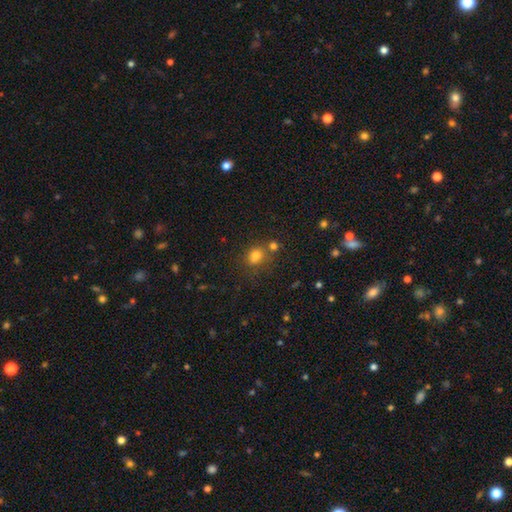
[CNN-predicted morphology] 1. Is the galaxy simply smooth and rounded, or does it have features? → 76% smooth, 16% star or artifact, 8% featured or disk.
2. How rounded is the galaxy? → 60% round, 38% in between, 1% cigar-shaped.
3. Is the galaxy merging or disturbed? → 58% none, 22% merger, 14% minor disturbance, 5% major disturbance.